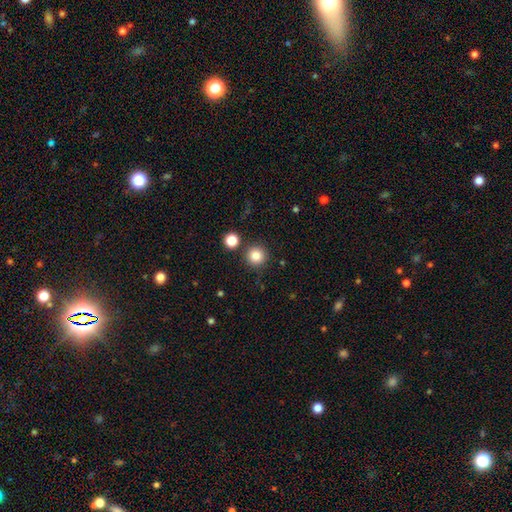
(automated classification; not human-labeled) Morphology: type=smooth (85%); roundness=round (95%); merging=none (86%).